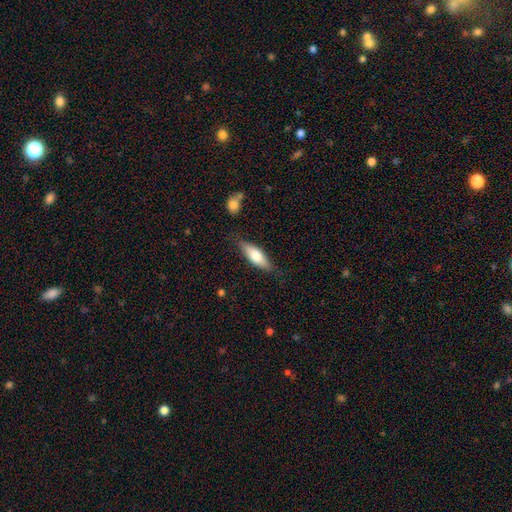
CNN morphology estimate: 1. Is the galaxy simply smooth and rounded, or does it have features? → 69% smooth, 25% featured or disk, 6% star or artifact.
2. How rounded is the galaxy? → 59% in between, 39% cigar-shaped, 2% round.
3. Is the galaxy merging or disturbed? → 76% none, 17% minor disturbance, 4% major disturbance, 2% merger.